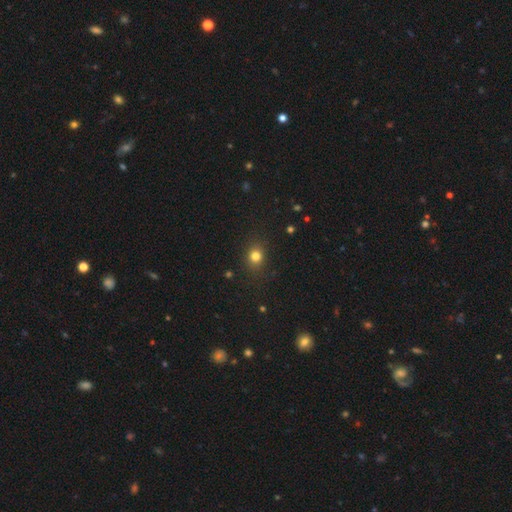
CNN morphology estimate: The model was most divided on "how rounded": round: 69%, in between: 30%, cigar-shaped: 1%. More confident: merging — none (87%); smooth or featured — smooth (80%).